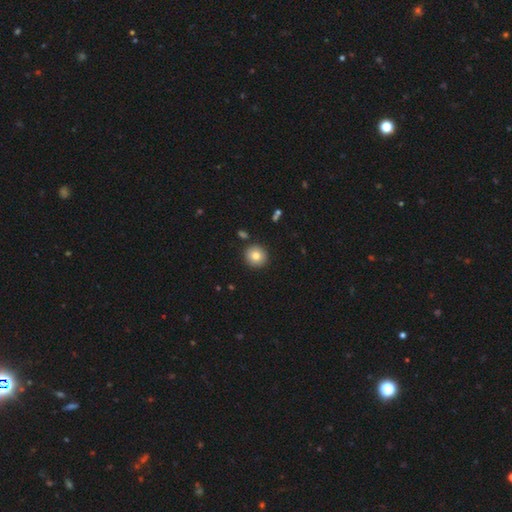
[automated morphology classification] Smooth or featured?
  - smooth: 83% *
  - star or artifact: 9%
  - featured or disk: 8%
How rounded?
  - round: 93% *
  - in between: 6%
  - cigar-shaped: 1%
Merging?
  - none: 90% *
  - minor disturbance: 6%
  - merger: 2%
  - major disturbance: 2%